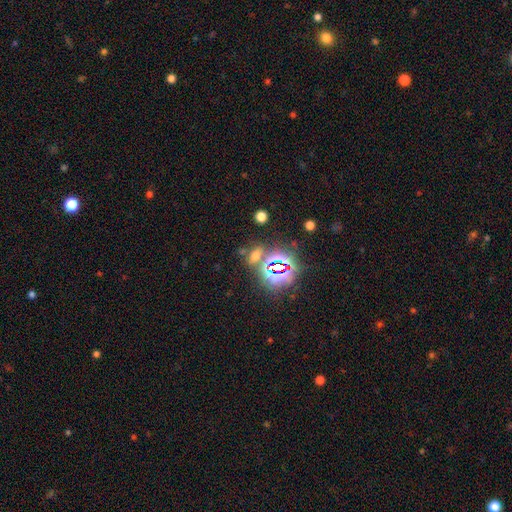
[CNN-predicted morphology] Smooth or featured: star or artifact — 51% (smooth — 38%)